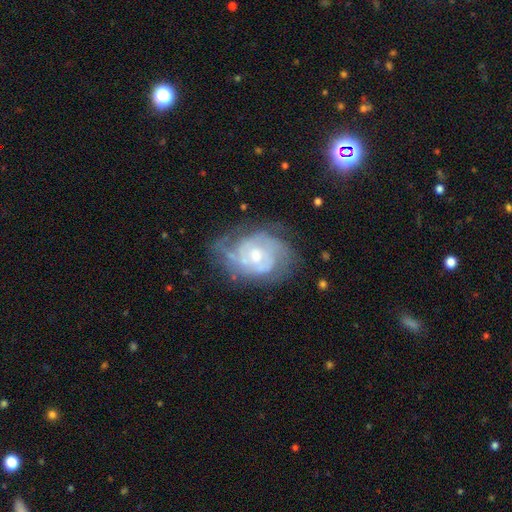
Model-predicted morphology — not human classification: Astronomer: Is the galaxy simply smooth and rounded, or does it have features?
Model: featured or disk — 83%.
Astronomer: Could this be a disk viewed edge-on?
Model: no — 97%.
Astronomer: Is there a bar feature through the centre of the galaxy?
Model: no — 65%.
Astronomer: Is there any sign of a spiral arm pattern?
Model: yes — 90%.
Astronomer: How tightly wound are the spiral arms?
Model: tight — 60%.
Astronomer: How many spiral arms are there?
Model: can't tell — 36% (runner-up: 2, 30%).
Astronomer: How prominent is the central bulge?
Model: moderate — 53% (runner-up: small, 41%).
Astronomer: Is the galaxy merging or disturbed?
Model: none — 60%.